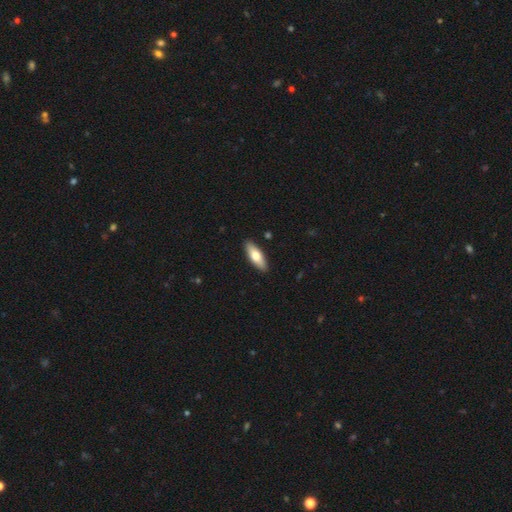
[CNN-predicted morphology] A smooth galaxy with no disk features (68%) that is in between round and cigar-shaped (59%). Merging: none (90%).